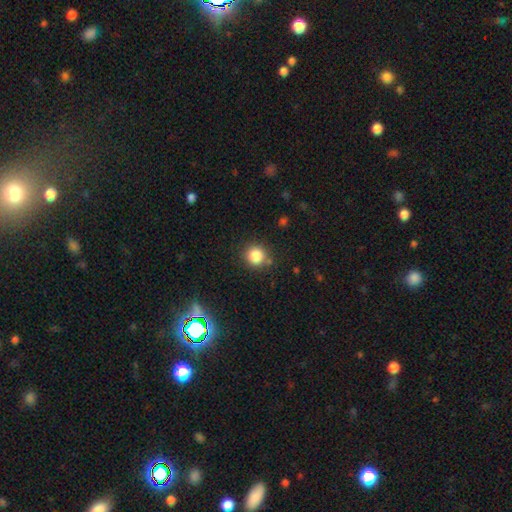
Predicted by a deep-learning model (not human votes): Smooth or featured? smooth (84%)
How rounded? round (92%)
Merging? none (84%)